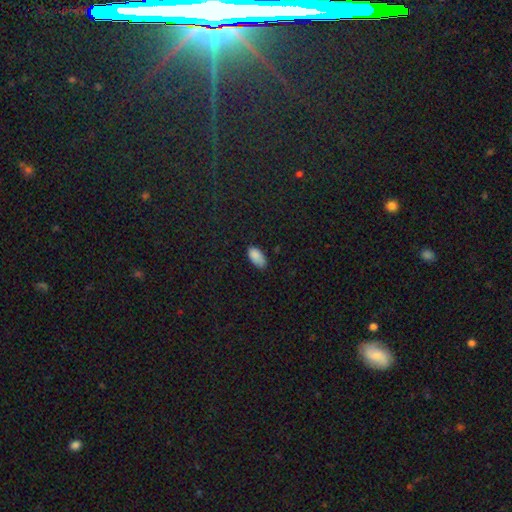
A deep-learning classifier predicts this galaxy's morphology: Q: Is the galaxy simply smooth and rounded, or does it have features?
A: smooth — 87%.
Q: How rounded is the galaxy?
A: in between — 94%.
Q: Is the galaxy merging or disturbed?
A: none — 72%.